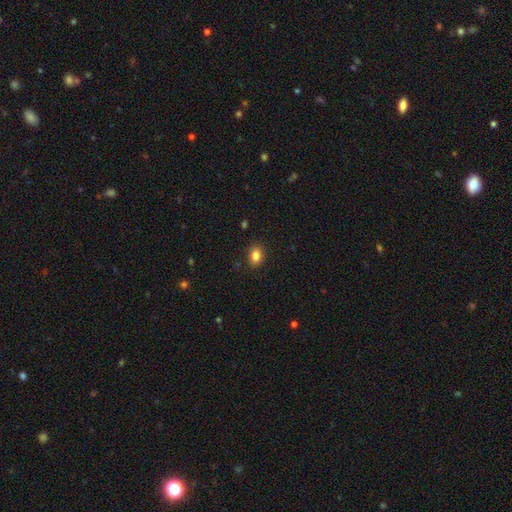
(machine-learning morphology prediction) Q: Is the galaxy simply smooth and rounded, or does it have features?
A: smooth — 85%.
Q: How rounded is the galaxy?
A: in between — 75%.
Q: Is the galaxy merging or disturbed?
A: none — 87%.